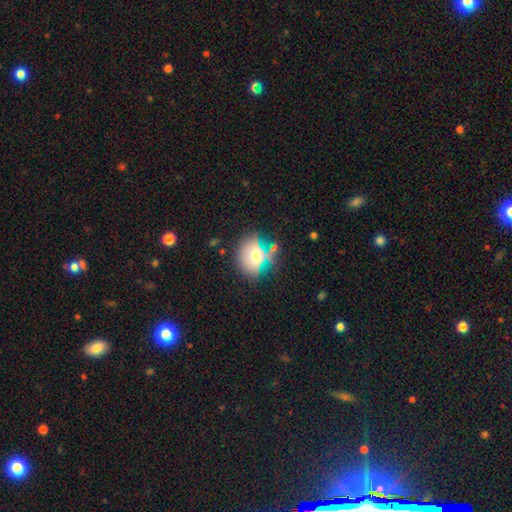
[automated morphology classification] smooth-or-featured: smooth: 64% | featured or disk: 20% | star or artifact: 16%
  how-rounded: round: 66% | in between: 33% | cigar-shaped: 1%
  merging: none: 67% | minor disturbance: 18% | merger: 8% | major disturbance: 7%